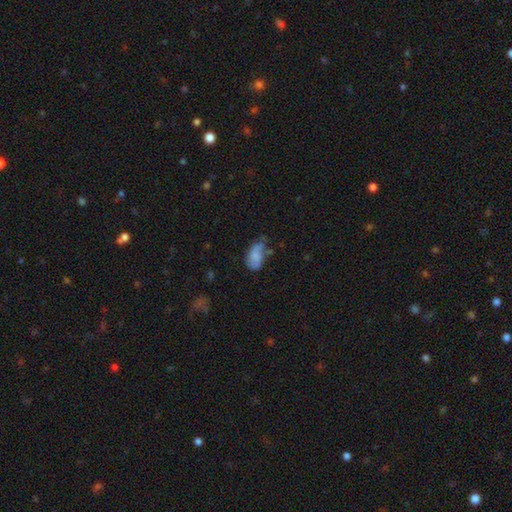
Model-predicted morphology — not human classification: Smooth or featured?
  - smooth: 71% *
  - featured or disk: 19%
  - star or artifact: 10%
How rounded?
  - in between: 91% *
  - round: 7%
  - cigar-shaped: 2%
Merging?
  - minor disturbance: 37% *
  - none: 33%
  - major disturbance: 21%
  - merger: 9%